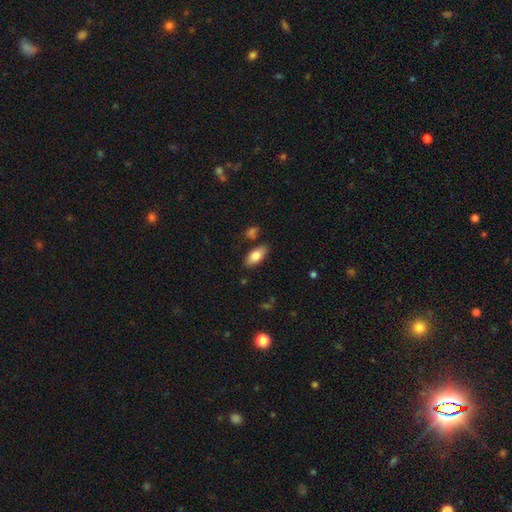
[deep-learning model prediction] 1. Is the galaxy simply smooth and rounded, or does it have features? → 81% smooth, 13% featured or disk, 6% star or artifact.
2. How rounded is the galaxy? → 88% in between, 9% cigar-shaped, 3% round.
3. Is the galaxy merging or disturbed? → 81% none, 13% minor disturbance, 4% merger, 3% major disturbance.